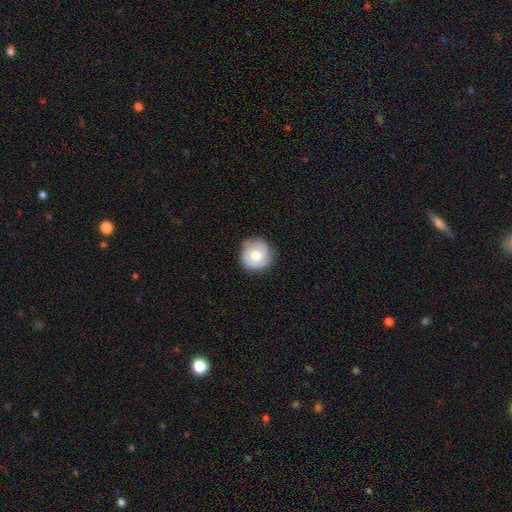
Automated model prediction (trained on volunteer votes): smooth_or_featured: smooth (p=0.74) [alt: featured or disk p=0.19]
how_rounded: round (p=0.93) [alt: in between p=0.06]
merging: none (p=0.80) [alt: minor disturbance p=0.16]